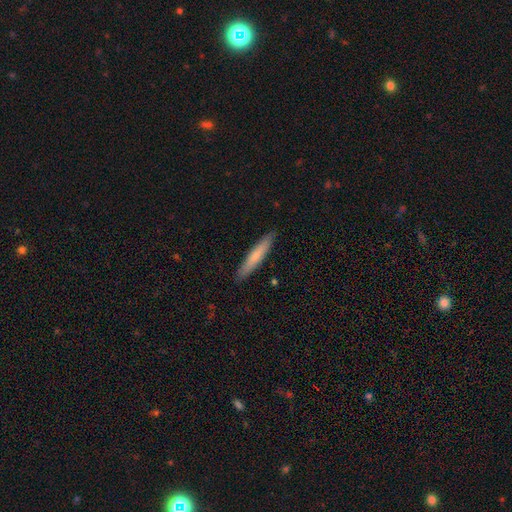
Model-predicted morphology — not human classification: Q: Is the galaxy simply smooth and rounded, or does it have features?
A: smooth — 72%.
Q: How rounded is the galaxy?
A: cigar-shaped — 93%.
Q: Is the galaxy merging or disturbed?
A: none — 91%.